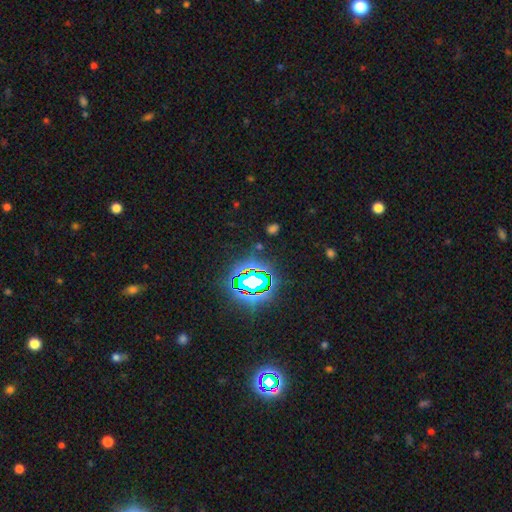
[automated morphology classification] type=star or artifact (78%).